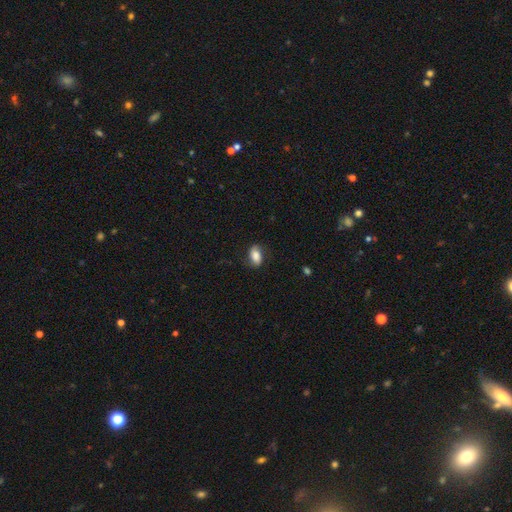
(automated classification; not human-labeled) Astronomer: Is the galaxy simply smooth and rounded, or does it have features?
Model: smooth — 80%.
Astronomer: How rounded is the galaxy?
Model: in between — 89%.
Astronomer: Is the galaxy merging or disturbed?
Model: none — 77%.